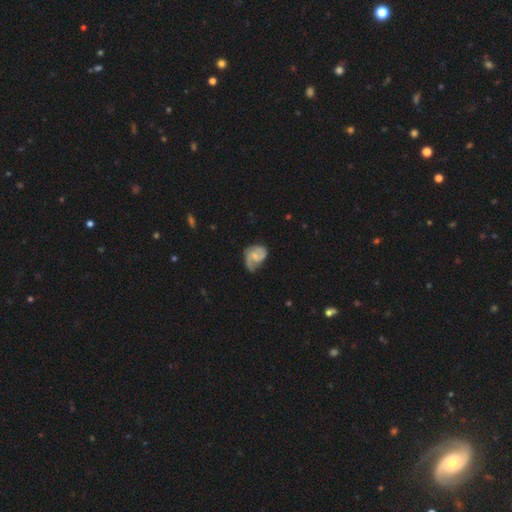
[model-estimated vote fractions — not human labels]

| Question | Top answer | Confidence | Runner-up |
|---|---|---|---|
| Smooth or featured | featured or disk | 77% | smooth (18%) |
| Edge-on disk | no | 98% | yes (2%) |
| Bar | no | 51% | weak (42%) |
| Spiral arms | yes | 94% | no (6%) |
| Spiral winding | medium | 48% | tight (31%) |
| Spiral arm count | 2 | 74% | can't tell (9%) |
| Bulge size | small | 50% | moderate (30%) |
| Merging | none | 50% | minor disturbance (31%) |